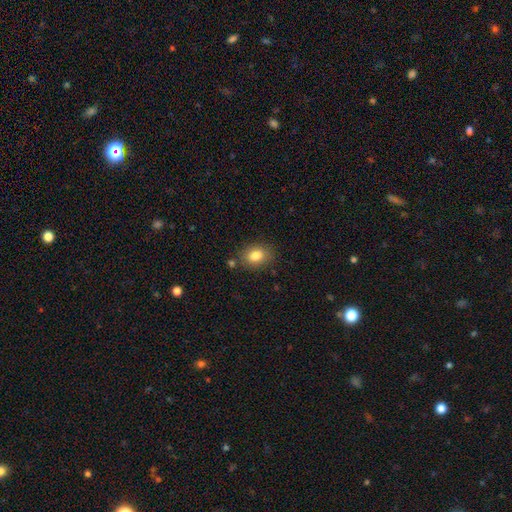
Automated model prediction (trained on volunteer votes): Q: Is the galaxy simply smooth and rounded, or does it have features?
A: smooth — 82%.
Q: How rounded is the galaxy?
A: in between — 65%.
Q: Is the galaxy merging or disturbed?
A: none — 80%.